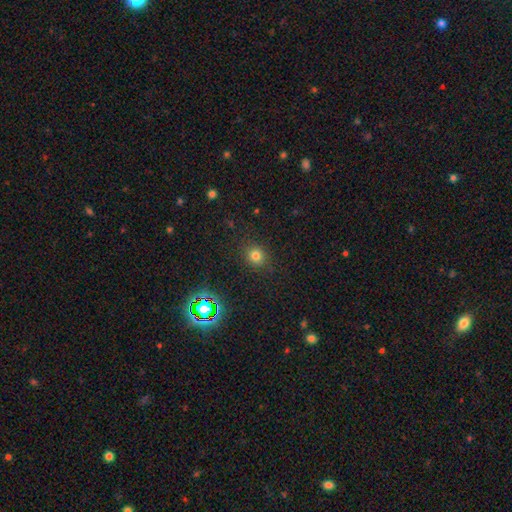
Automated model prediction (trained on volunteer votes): The model was most divided on "smooth or featured": smooth: 75%, star or artifact: 18%, featured or disk: 7%. More confident: merging — none (87%); how rounded — round (83%).